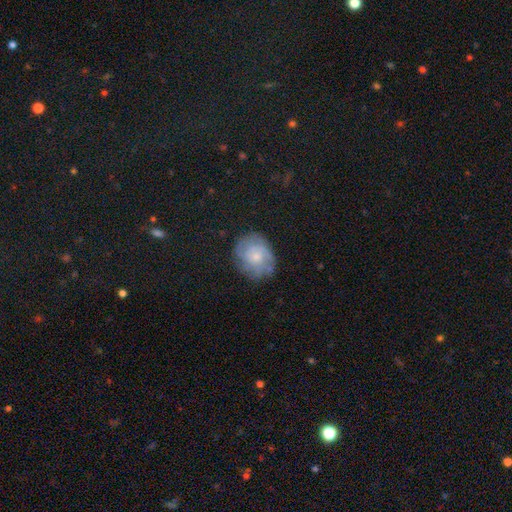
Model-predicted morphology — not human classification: The model was most divided on "smooth or featured": featured or disk: 46%, smooth: 45%, star or artifact: 9%. More confident: merging — none (72%).